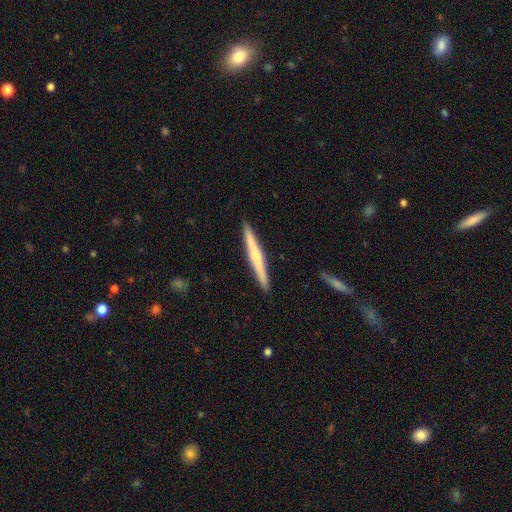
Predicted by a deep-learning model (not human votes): The model was most divided on "edge-on bulge": rounded: 49%, none: 42%, boxy: 9%. More confident: edge-on disk — yes (98%); merging — none (92%); smooth or featured — featured or disk (52%).